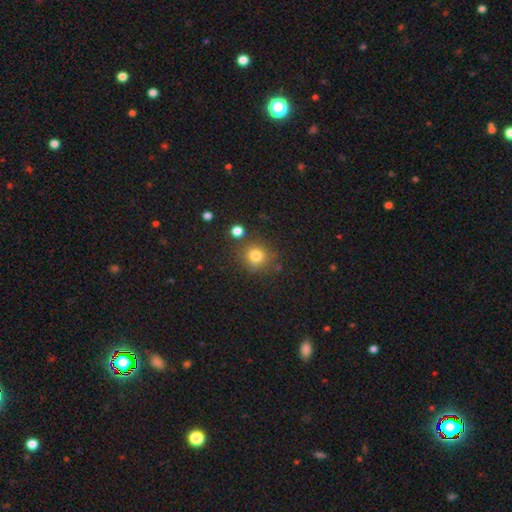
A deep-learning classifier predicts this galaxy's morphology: Overall: smooth (80%). How rounded: round (86%). Merging: none (76%).